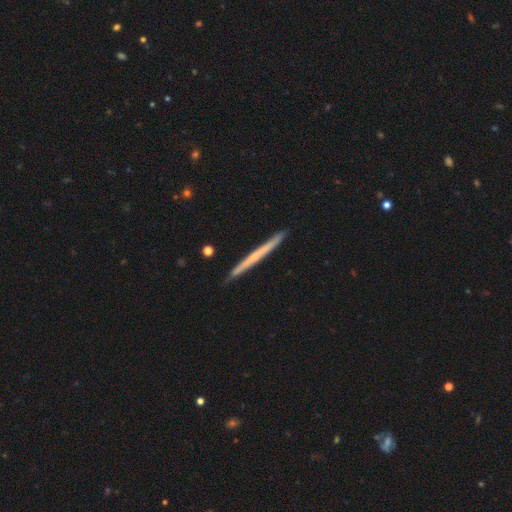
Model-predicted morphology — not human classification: smooth_or_featured: featured or disk (p=0.51) [alt: smooth p=0.44]
disk_edge_on: yes (p=0.97) [alt: no p=0.03]
merging: none (p=0.91) [alt: minor disturbance p=0.06]